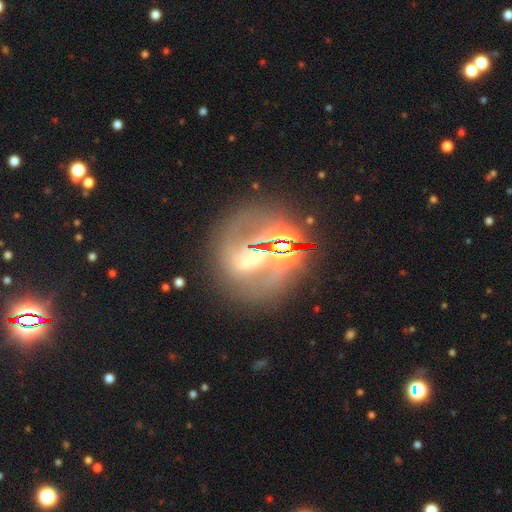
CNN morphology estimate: smooth-or-featured: featured or disk: 55% | star or artifact: 30% | smooth: 15%
  disk-edge-on: no: 94% | yes: 6%
    bar: strong: 46% | weak: 29% | no: 25%
    has-spiral-arms: yes: 74% | no: 26%
    bulge-size: moderate: 43% | small: 24% | large: 18% | none: 9% | dominant: 6%
  merging: none: 65% | minor disturbance: 15% | major disturbance: 13% | merger: 8%